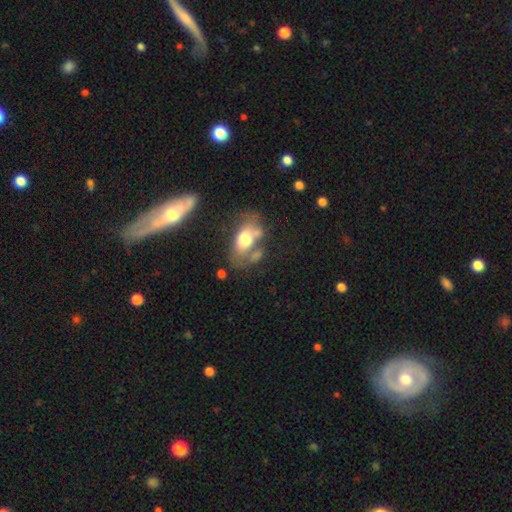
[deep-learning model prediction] Q: Smooth or featured?
A: smooth (54%); runner-up: featured or disk (36%)
Q: How rounded?
A: in between (84%); runner-up: round (10%)
Q: Merging?
A: none (42%); runner-up: merger (25%)